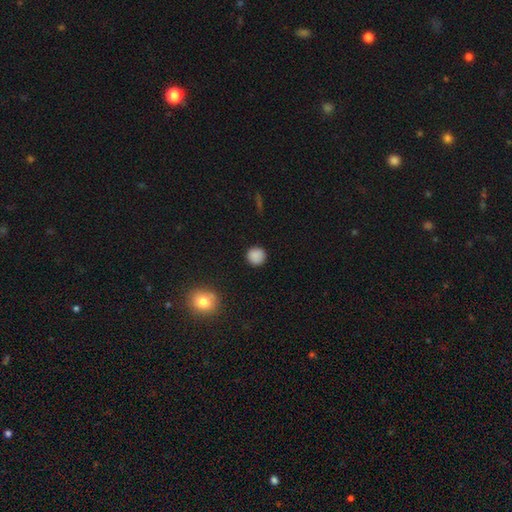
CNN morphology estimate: A smooth galaxy with no disk features (87%) that is round (94%).

Vote fractions:
- Smooth or featured? smooth: 87% / star or artifact: 9% / featured or disk: 3%
- How rounded? round: 94% / in between: 5% / cigar-shaped: 1%
- Merging? none: 90% / minor disturbance: 7% / major disturbance: 2% / merger: 1%